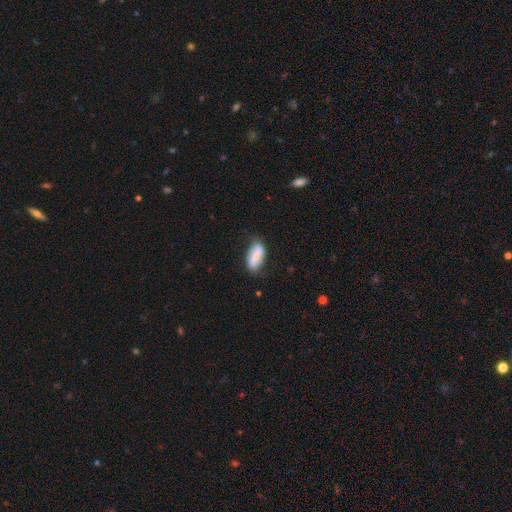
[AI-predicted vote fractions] Smooth or featured: smooth — 73% (featured or disk — 20%)
How rounded: in between — 77% (cigar-shaped — 20%)
Merging: none — 65% (minor disturbance — 26%)